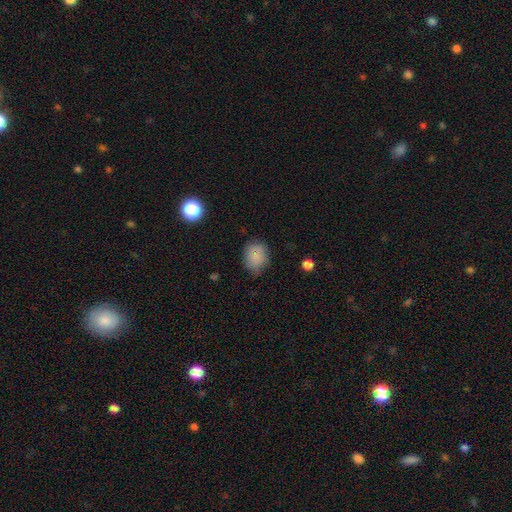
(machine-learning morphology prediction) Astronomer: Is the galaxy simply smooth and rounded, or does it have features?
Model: smooth — 82%.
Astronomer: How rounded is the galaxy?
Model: round — 52% (runner-up: in between, 47%).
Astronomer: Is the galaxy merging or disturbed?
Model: none — 70%.